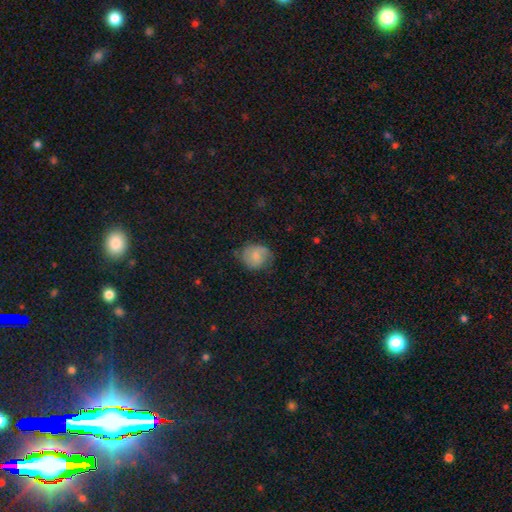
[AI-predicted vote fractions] Smooth or featured: smooth — 68% (featured or disk — 24%)
How rounded: round — 69% (in between — 30%)
Merging: none — 62% (minor disturbance — 28%)